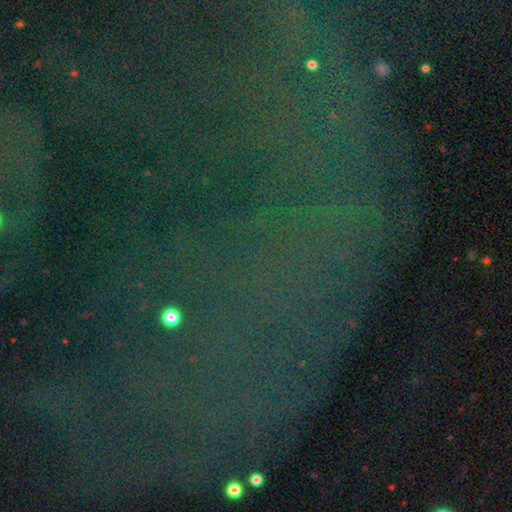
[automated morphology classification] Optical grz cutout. It shows a star or artifact, not a galaxy (81%).